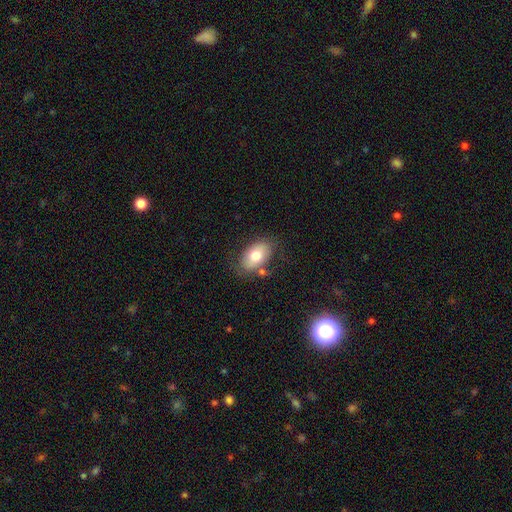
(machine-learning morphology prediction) Smooth or featured? Predicted: smooth (p=0.72). How rounded? Predicted: in between (p=0.88). Merging? Predicted: none (p=0.71).